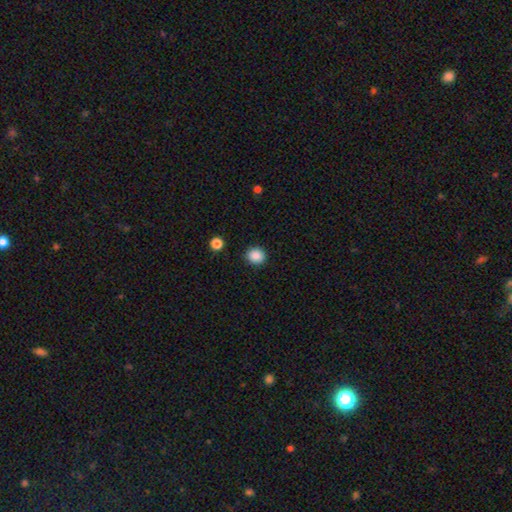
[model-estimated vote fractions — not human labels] The model was most divided on "how rounded": round: 78%, in between: 21%, cigar-shaped: 1%. More confident: merging — none (90%); smooth or featured — smooth (88%).